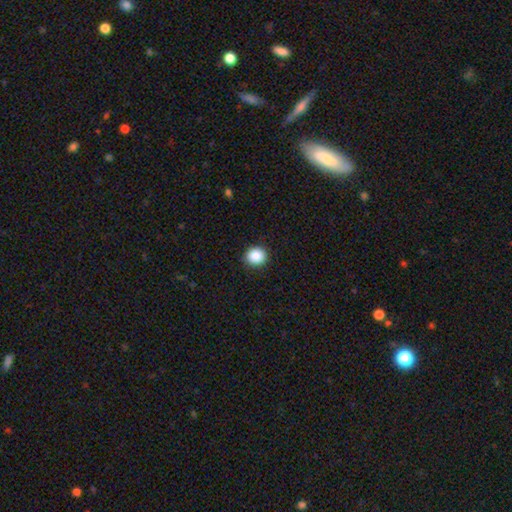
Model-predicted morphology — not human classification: The model was most divided on "how rounded": round: 87%, in between: 12%, cigar-shaped: 1%. More confident: merging — none (92%); smooth or featured — smooth (86%).